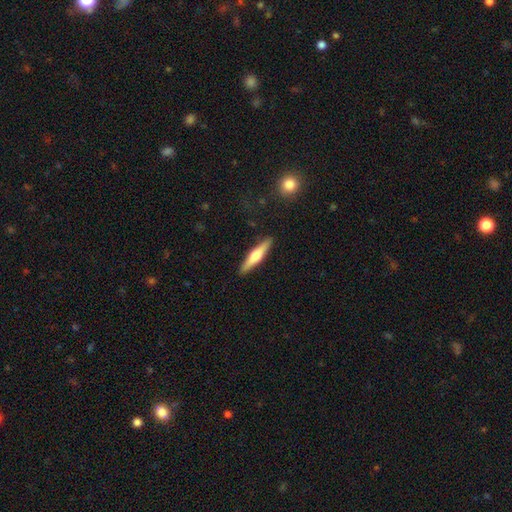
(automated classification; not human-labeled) smooth-or-featured: featured or disk: 48% | smooth: 46% | star or artifact: 5%
  merging: none: 90% | minor disturbance: 7% | major disturbance: 2% | merger: 1%